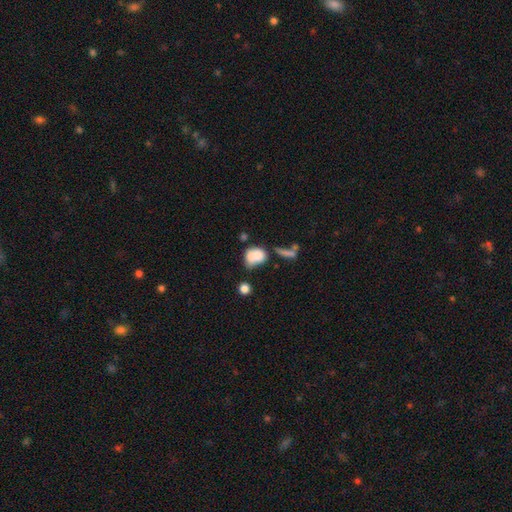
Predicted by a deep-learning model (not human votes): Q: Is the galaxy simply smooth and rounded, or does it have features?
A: smooth — 73%.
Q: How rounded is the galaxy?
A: in between — 60%.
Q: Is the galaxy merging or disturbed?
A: merger — 36%.